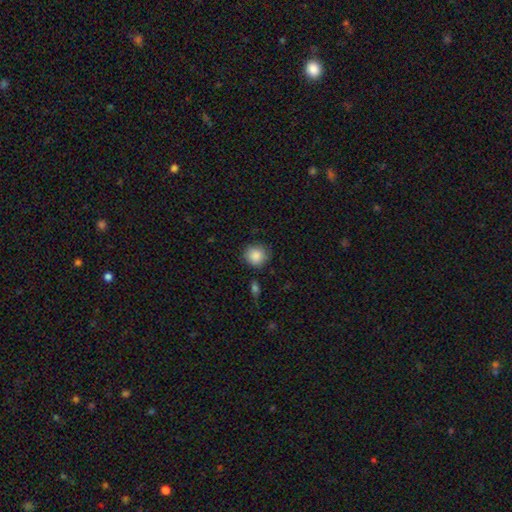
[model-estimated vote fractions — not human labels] A smooth galaxy with no disk features (88%) that is round (88%).

Vote fractions:
- Smooth or featured? smooth: 88% / star or artifact: 8% / featured or disk: 5%
- How rounded? round: 88% / in between: 11% / cigar-shaped: 1%
- Merging? none: 80% / minor disturbance: 15% / major disturbance: 3% / merger: 2%